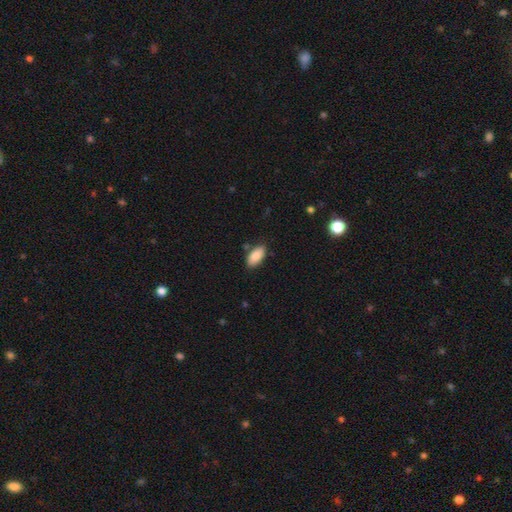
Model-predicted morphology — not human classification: smooth_or_featured: smooth (p=0.86) [alt: featured or disk p=0.07]
how_rounded: in between (p=0.93) [alt: cigar-shaped p=0.04]
merging: none (p=0.81) [alt: minor disturbance p=0.13]